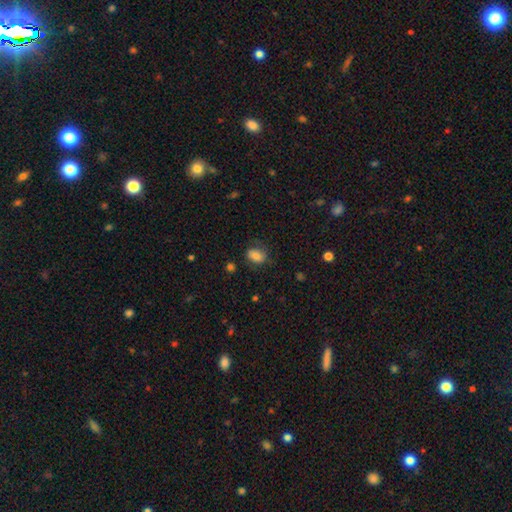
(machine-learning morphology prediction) type=smooth (80%); roundness=in between (72%); merging=none (67%).